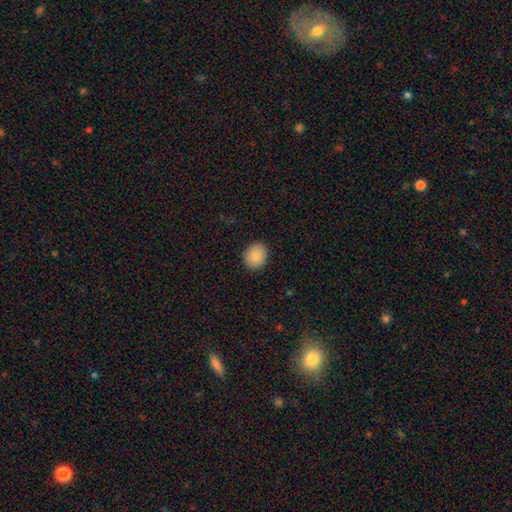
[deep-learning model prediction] Overall: smooth (87%). How rounded: round (74%). Merging: none (90%).